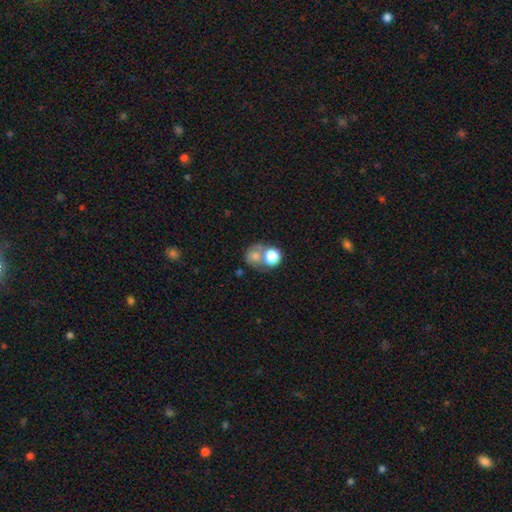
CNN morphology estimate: Q: Smooth or featured?
A: smooth (66%); runner-up: featured or disk (23%)
Q: How rounded?
A: round (72%); runner-up: in between (27%)
Q: Merging?
A: merger (51%); runner-up: none (29%)